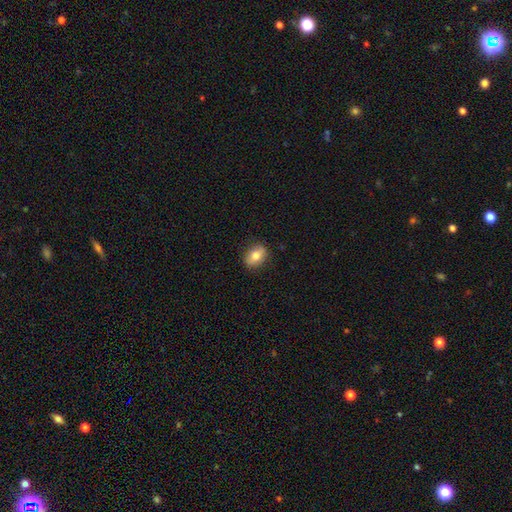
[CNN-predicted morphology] Smooth or featured? Predicted: smooth (p=0.73). How rounded? Predicted: in between (p=0.78). Merging? Predicted: none (p=0.86).